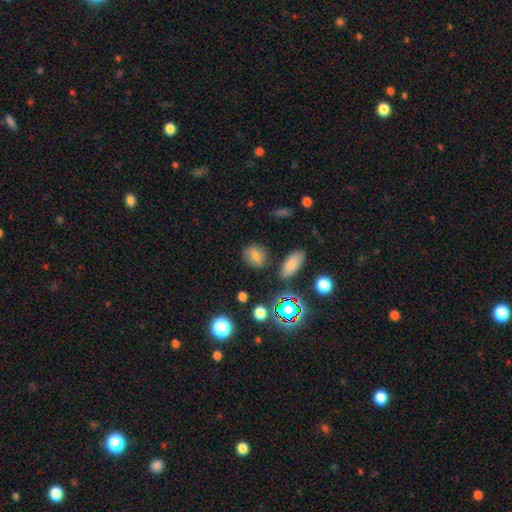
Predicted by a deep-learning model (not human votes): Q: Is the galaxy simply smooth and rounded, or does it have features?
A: smooth — 72%.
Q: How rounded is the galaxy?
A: round — 55%.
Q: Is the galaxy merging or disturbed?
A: none — 82%.